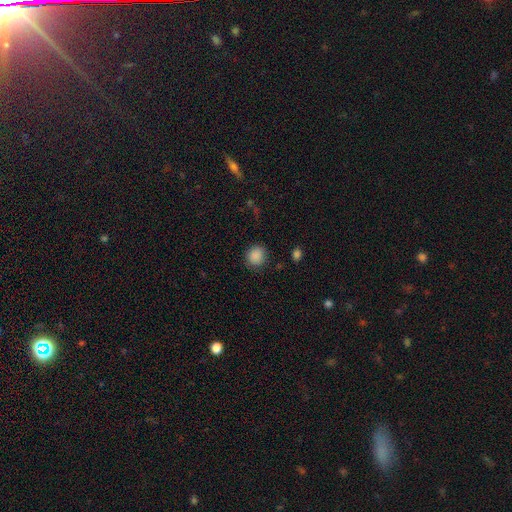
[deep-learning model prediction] Smooth or featured? smooth (88%)
How rounded? round (83%)
Merging? none (86%)